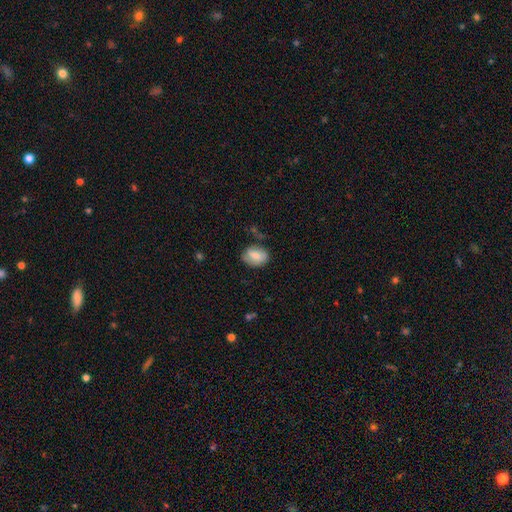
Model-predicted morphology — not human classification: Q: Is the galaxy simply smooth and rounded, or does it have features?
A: smooth — 72%.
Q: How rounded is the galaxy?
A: in between — 68%.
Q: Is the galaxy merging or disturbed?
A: none — 67%.